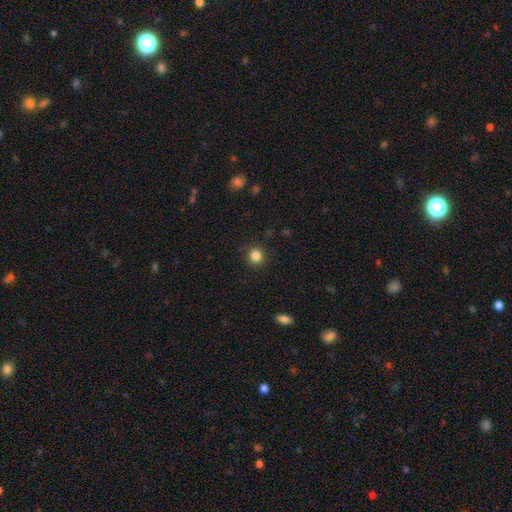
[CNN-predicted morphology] smooth 84%, star or artifact 11%, featured or disk 4%. Down the decision tree: how rounded — round (92%); merging — none (91%).